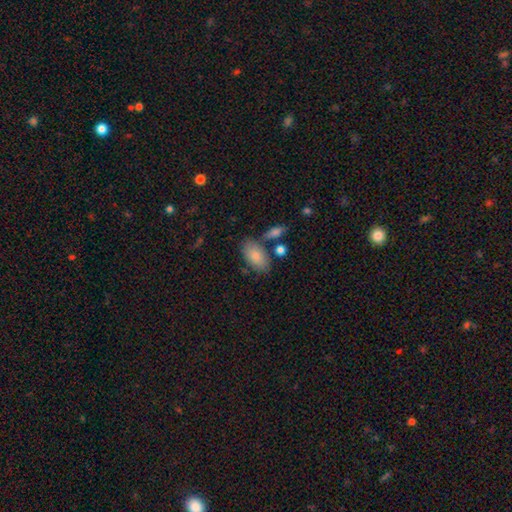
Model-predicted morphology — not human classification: Smooth or featured: smooth — 83% (featured or disk — 11%)
How rounded: in between — 93% (round — 5%)
Merging: none — 68% (minor disturbance — 16%)